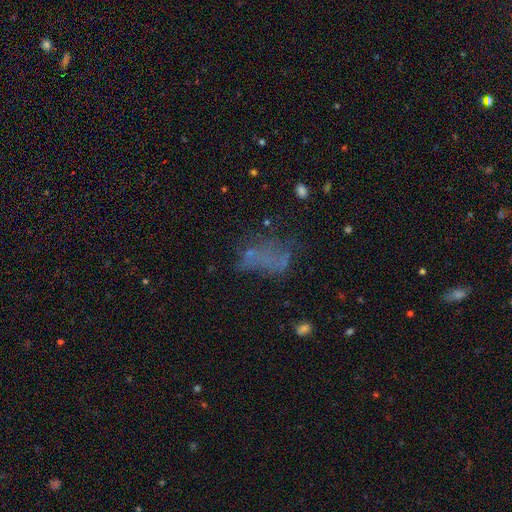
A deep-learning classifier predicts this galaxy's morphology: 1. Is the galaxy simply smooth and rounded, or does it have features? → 40% smooth, 35% featured or disk, 25% star or artifact.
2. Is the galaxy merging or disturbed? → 36% none (tied), 36% major disturbance (tied), 19% minor disturbance, 10% merger.